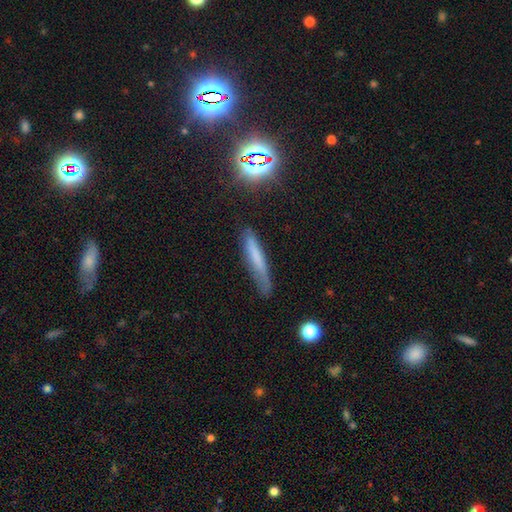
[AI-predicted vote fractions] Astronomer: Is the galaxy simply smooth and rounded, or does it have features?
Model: smooth — 60%.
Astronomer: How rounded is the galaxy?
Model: cigar-shaped — 92%.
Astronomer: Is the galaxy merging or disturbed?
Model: none — 67%.